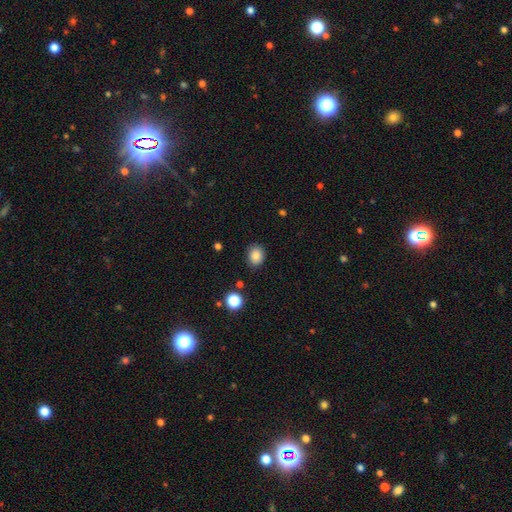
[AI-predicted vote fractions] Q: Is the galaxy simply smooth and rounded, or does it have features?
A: smooth — 85%.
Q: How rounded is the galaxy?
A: round — 54%.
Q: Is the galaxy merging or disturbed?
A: none — 85%.